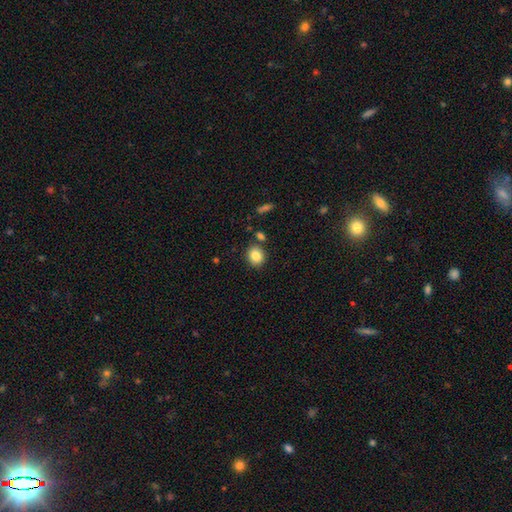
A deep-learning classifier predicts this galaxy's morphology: Smooth or featured? Predicted: smooth (p=0.85). How rounded? Predicted: round (p=0.69). Merging? Predicted: none (p=0.82).